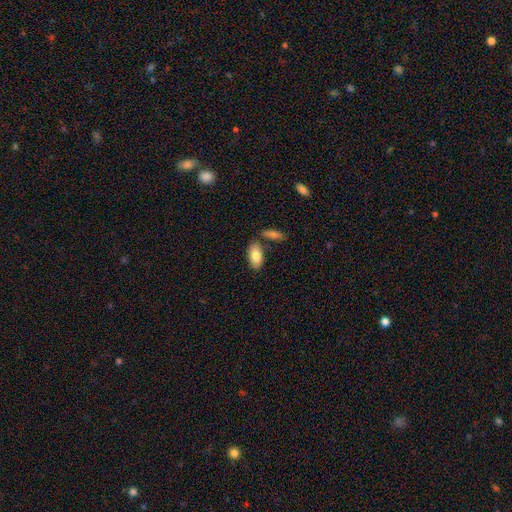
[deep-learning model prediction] A smooth galaxy with no disk features (83%) that is in between round and cigar-shaped (93%). Merging: none (75%).